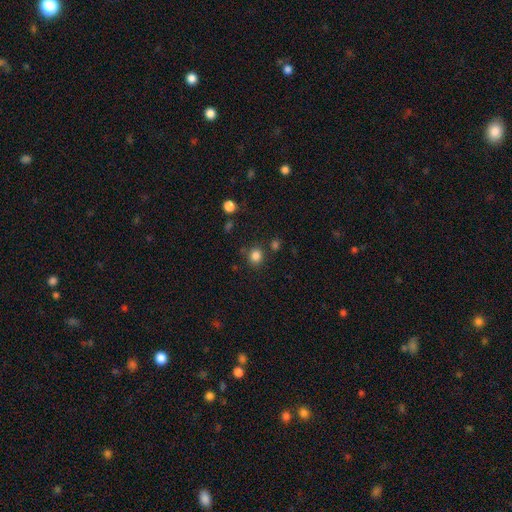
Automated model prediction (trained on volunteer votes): smooth-or-featured: smooth: 83% | star or artifact: 13% | featured or disk: 4%
  how-rounded: round: 84% | in between: 15% | cigar-shaped: 1%
  merging: none: 82% | minor disturbance: 9% | merger: 6% | major disturbance: 3%